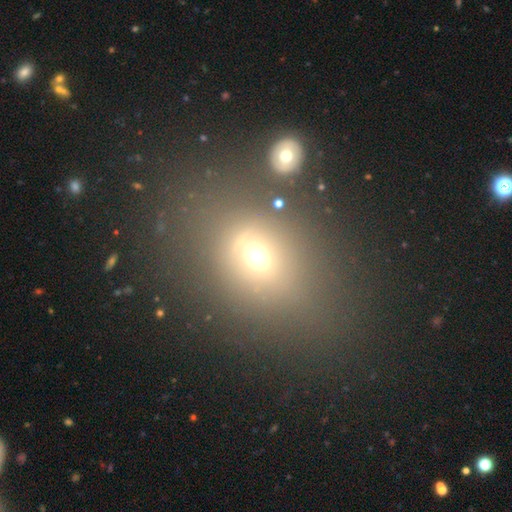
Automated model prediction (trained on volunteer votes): This appears to be a smooth galaxy with no disk features (57%) that is in between round and cigar-shaped (63%). Merging: none (62%).